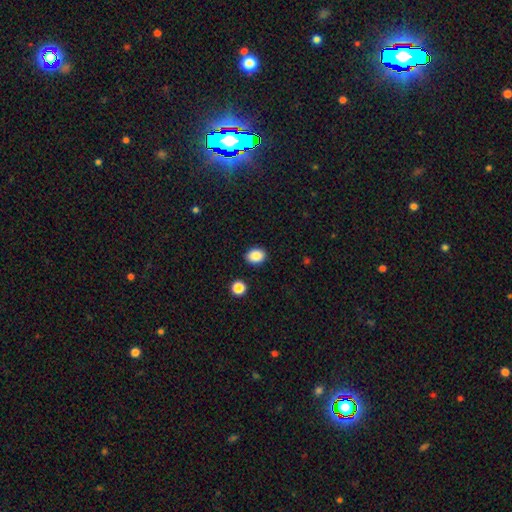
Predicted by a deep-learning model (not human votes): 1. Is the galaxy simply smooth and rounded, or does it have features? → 87% smooth, 9% star or artifact, 4% featured or disk.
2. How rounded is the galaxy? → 56% in between, 43% round, 1% cigar-shaped.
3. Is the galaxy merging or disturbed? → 89% none, 7% minor disturbance, 2% major disturbance, 2% merger.